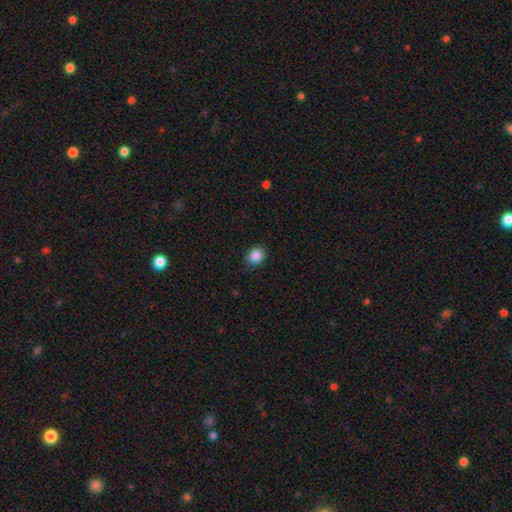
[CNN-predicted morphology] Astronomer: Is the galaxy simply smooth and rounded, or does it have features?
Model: smooth — 86%.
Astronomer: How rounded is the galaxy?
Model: round — 64%.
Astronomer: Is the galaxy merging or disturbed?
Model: none — 88%.